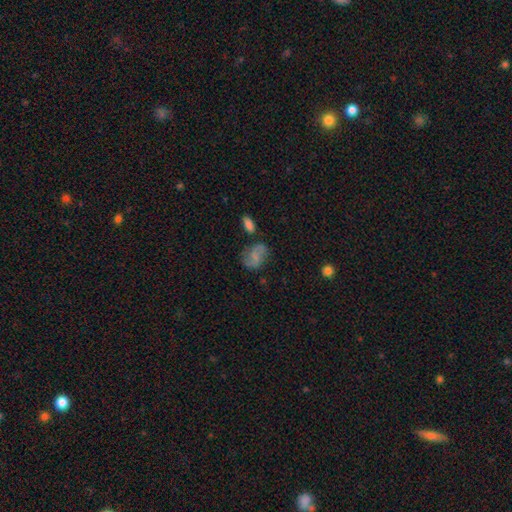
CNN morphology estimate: A featured or disk galaxy (48%).

Vote fractions:
- Smooth or featured? featured or disk: 48% / smooth: 42% / star or artifact: 10%
- Merging? none: 61% / minor disturbance: 22% / major disturbance: 9% / merger: 8%